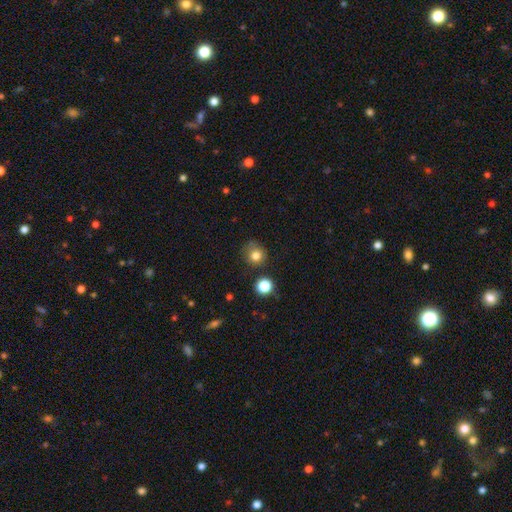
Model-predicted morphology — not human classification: This appears to be a smooth galaxy with no disk features (80%) that is round (88%). Merging: none (73%).